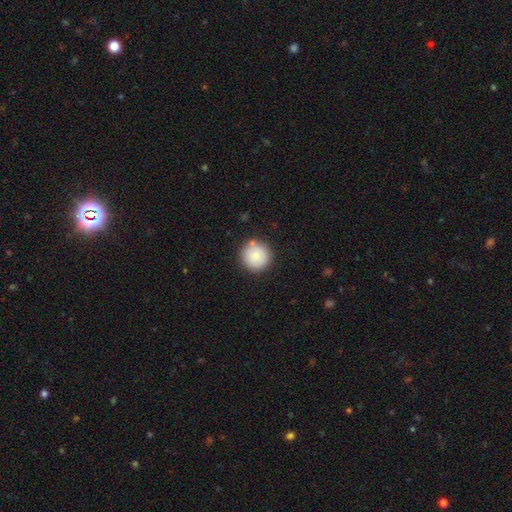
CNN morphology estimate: Overall: smooth (83%). How rounded: round (96%). Merging: none (86%).